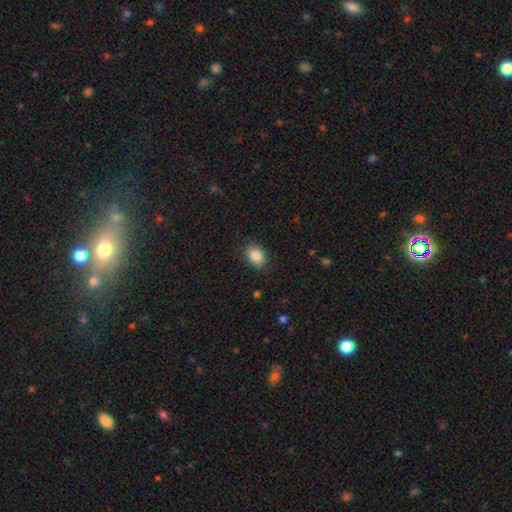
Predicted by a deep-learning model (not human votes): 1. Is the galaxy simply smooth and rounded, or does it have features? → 87% smooth, 8% star or artifact, 5% featured or disk.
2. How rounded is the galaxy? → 76% in between, 23% round, 1% cigar-shaped.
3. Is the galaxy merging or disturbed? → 86% none, 10% minor disturbance, 3% major disturbance, 1% merger.